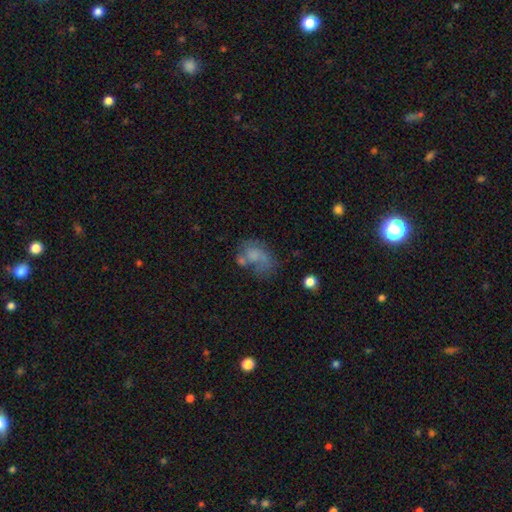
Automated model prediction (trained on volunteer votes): Smooth or featured: smooth — 54% (featured or disk — 32%)
How rounded: in between — 77% (round — 22%)
Merging: major disturbance — 32% (none — 27%)